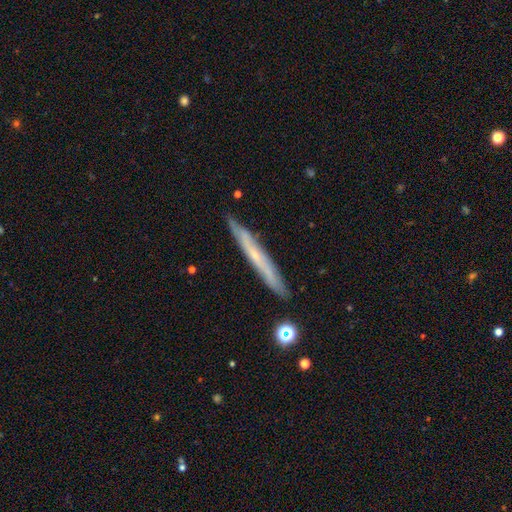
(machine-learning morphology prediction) Smooth or featured: featured or disk — 56% (smooth — 35%)
Edge-on disk: yes — 94% (no — 6%)
Edge-on bulge: none — 65% (rounded — 31%)
Merging: none — 88% (minor disturbance — 8%)